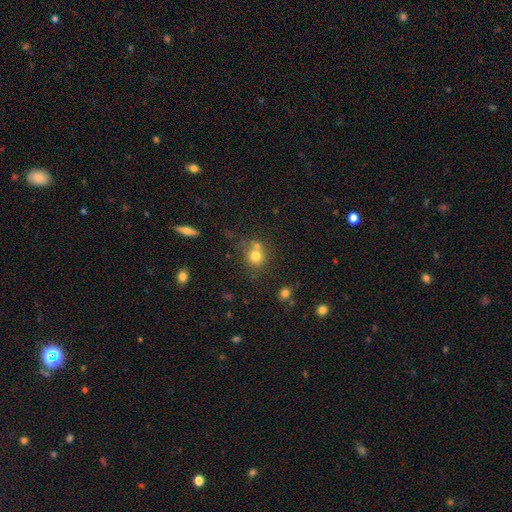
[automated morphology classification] A smooth galaxy with no disk features (75%) that is round (85%). Merging: none (56%).